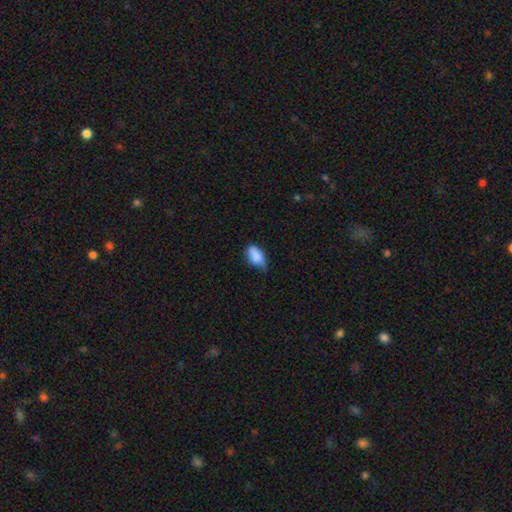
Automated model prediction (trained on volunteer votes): Overall: smooth (84%). How rounded: in between (90%). Merging: none (46%; minor disturbance 43%).